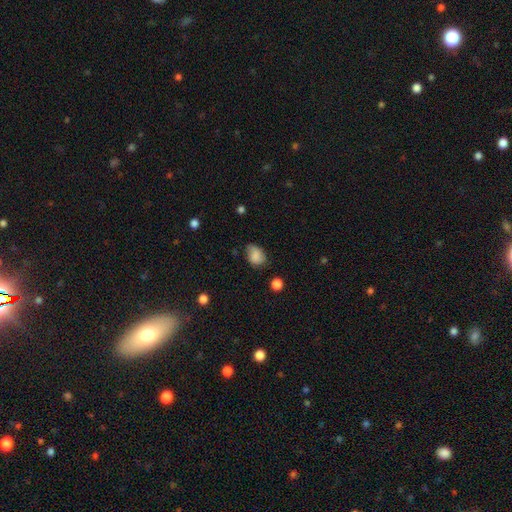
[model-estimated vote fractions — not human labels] A smooth galaxy with no disk features (76%) that is in between round and cigar-shaped (66%). Merging: none (54%).